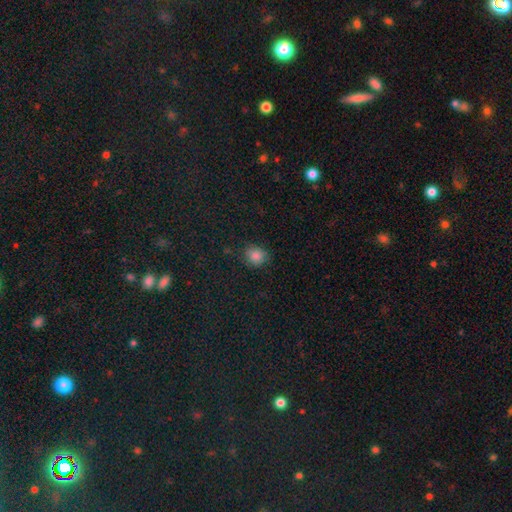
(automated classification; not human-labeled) Overall: smooth (84%). How rounded: round (69%; in between 30%). Merging: none (81%).